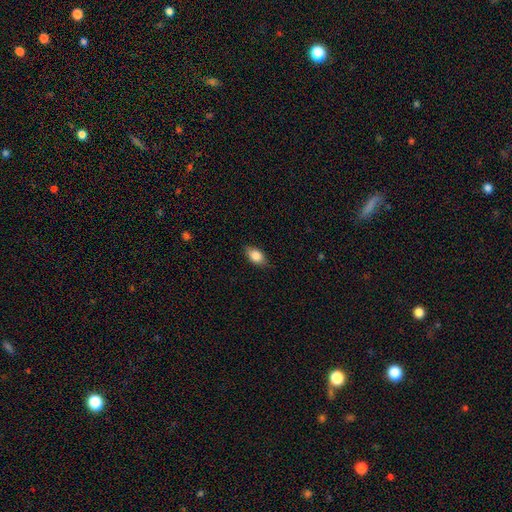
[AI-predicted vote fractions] This appears to be a smooth galaxy with no disk features (83%) that is in between round and cigar-shaped (87%). Merging: none (81%).